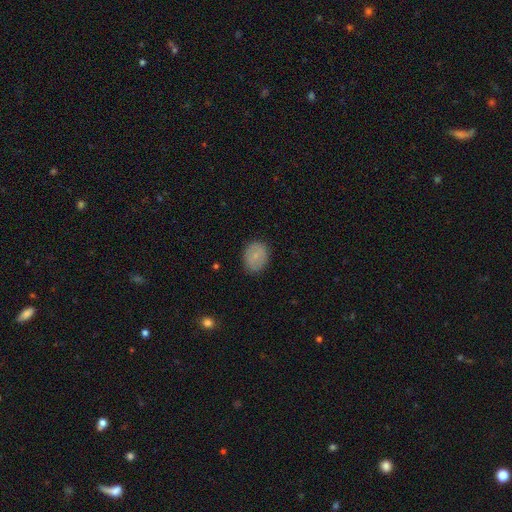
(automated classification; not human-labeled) Smooth or featured: smooth — 75% (featured or disk — 17%)
How rounded: in between — 51% (round — 48%)
Merging: none — 84% (minor disturbance — 12%)